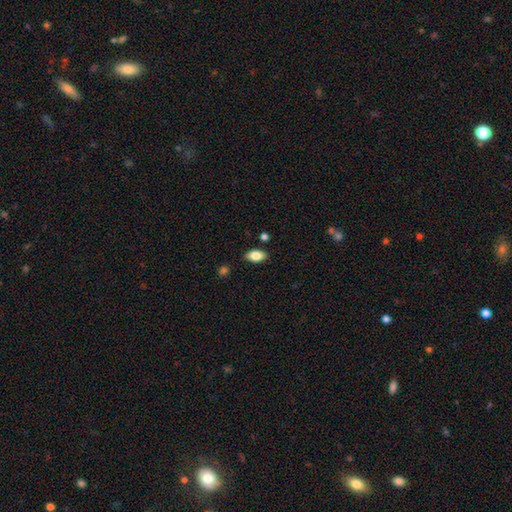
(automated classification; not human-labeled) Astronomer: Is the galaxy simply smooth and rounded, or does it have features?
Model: smooth — 83%.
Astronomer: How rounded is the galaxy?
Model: in between — 91%.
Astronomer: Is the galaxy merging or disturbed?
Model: none — 86%.